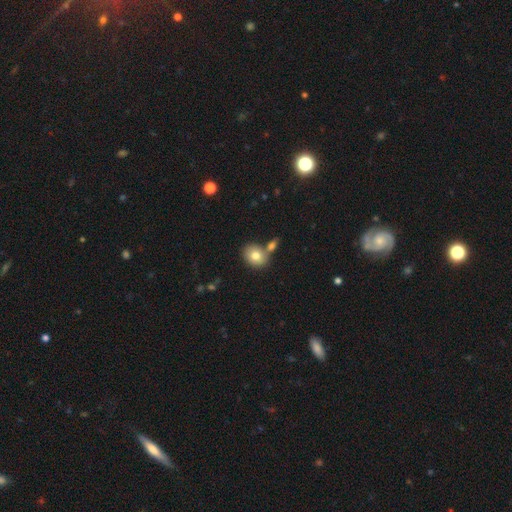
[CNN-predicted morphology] Smooth or featured?
  - smooth: 78% *
  - featured or disk: 13%
  - star or artifact: 9%
How rounded?
  - round: 50% *
  - in between: 49%
  - cigar-shaped: 1%
Merging?
  - none: 59% *
  - merger: 26%
  - minor disturbance: 11%
  - major disturbance: 3%